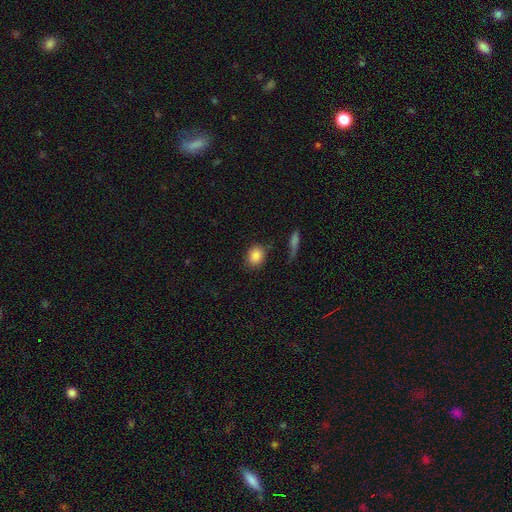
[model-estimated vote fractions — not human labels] smooth-or-featured: smooth: 86% | star or artifact: 8% | featured or disk: 5%
  how-rounded: round: 50% | in between: 48% | cigar-shaped: 2%
  merging: none: 78% | minor disturbance: 12% | merger: 5% | major disturbance: 5%